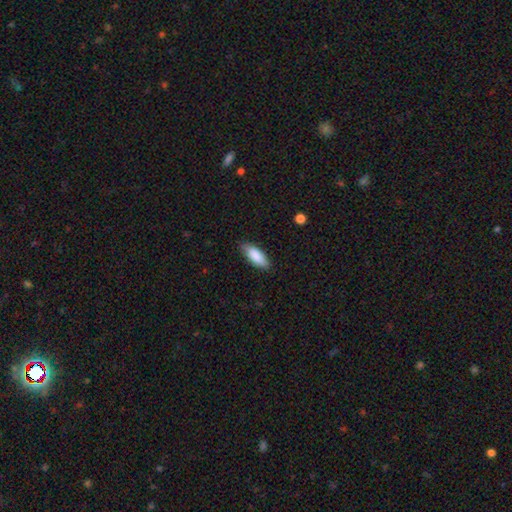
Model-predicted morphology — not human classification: type=smooth (87%); roundness=in between (78%); merging=none (81%).